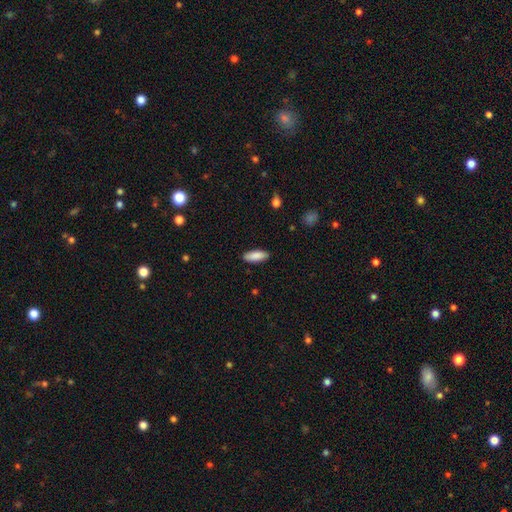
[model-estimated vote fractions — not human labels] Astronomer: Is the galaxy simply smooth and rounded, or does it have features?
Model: smooth — 88%.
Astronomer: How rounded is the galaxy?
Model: in between — 69%.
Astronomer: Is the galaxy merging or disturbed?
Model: none — 88%.